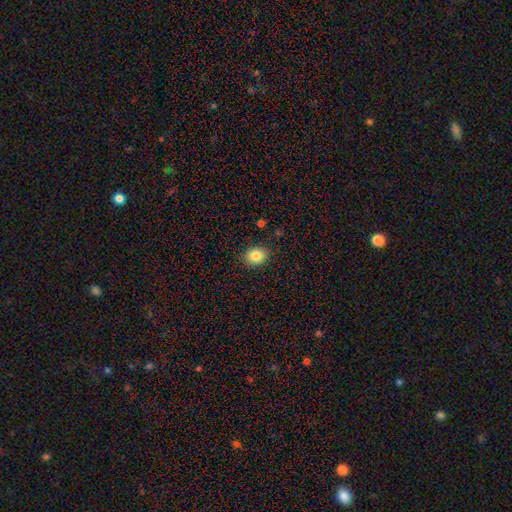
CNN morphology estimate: Q: Smooth or featured?
A: smooth (84%); runner-up: star or artifact (9%)
Q: How rounded?
A: round (52%); runner-up: in between (47%)
Q: Merging?
A: none (88%); runner-up: minor disturbance (8%)